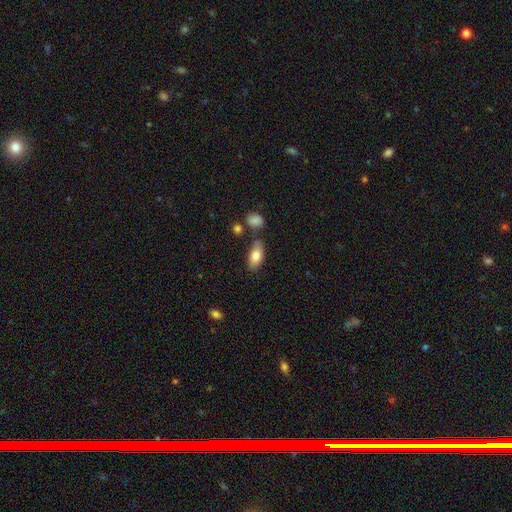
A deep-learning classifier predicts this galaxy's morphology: Smooth or featured? smooth (81%)
How rounded? in between (88%)
Merging? none (72%)